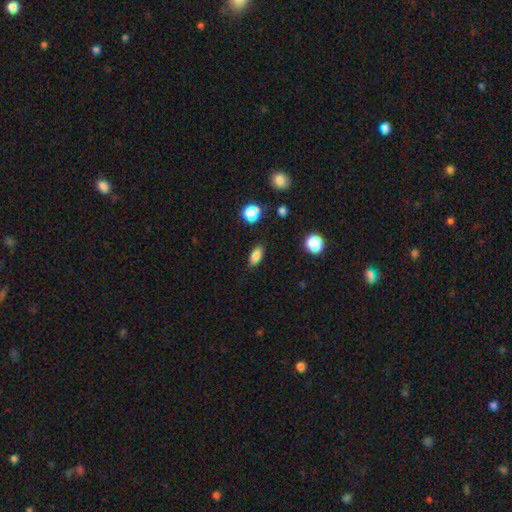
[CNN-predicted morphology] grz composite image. It shows a smooth galaxy with no disk features (83%) that is in between round and cigar-shaped (85%). Merging: none (86%).